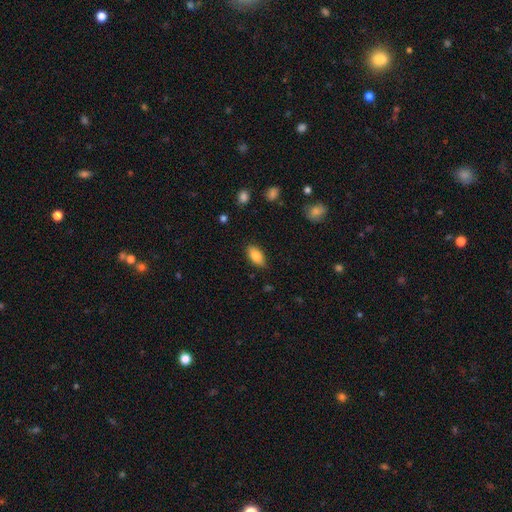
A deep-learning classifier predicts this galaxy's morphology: This is clearly a smooth galaxy (83%). How rounded: clearly in between (91%). Merging: clearly none (84%).